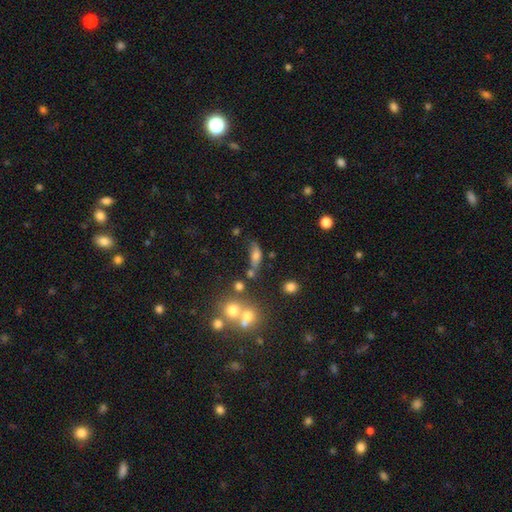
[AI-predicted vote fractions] A smooth galaxy with no disk features (64%) that is in between round and cigar-shaped (64%).

Vote fractions:
- Smooth or featured? smooth: 64% / featured or disk: 21% / star or artifact: 15%
- How rounded? in between: 64% / cigar-shaped: 25% / round: 11%
- Merging? none: 48% / minor disturbance: 22% / merger: 18% / major disturbance: 13%